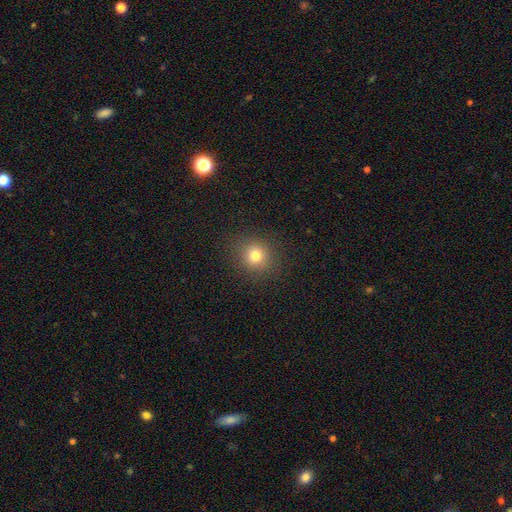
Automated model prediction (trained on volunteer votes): Smooth or featured? Predicted: smooth (p=0.77). How rounded? Predicted: round (p=0.88). Merging? Predicted: none (p=0.89).